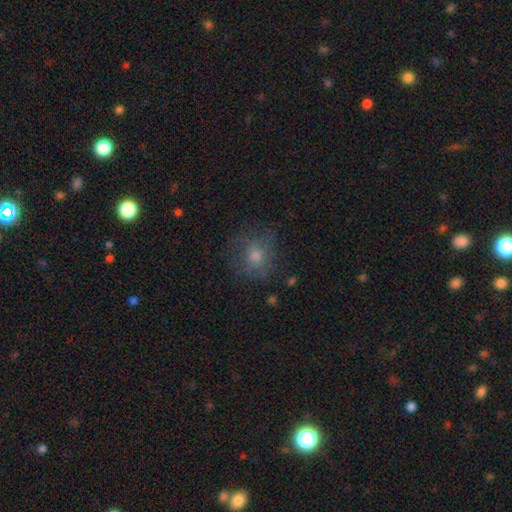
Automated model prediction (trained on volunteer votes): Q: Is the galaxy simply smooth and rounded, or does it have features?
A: smooth — 56%.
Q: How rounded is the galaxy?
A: round — 78%.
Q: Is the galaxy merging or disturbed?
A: none — 69%.